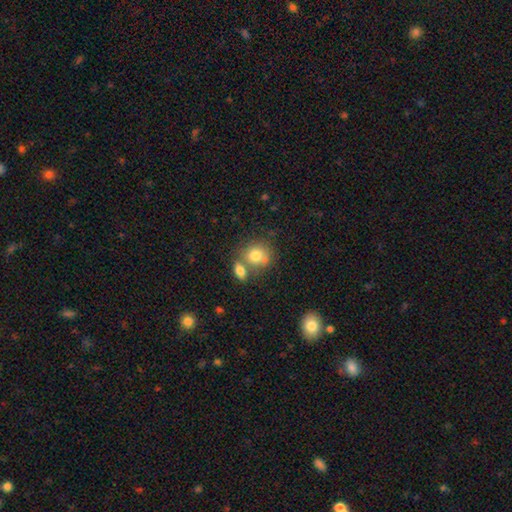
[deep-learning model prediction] The model was most divided on "merging": none: 44%, merger: 38%, minor disturbance: 13%, major disturbance: 5%. More confident: smooth or featured — smooth (79%); how rounded — round (69%).